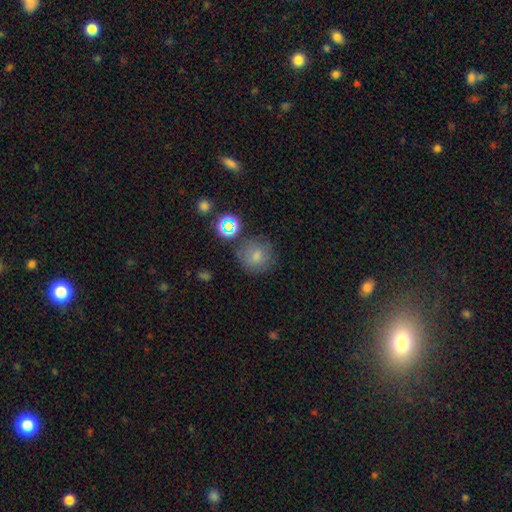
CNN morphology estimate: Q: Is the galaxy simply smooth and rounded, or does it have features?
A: smooth — 71%.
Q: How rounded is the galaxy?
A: round — 87%.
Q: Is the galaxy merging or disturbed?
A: none — 72%.